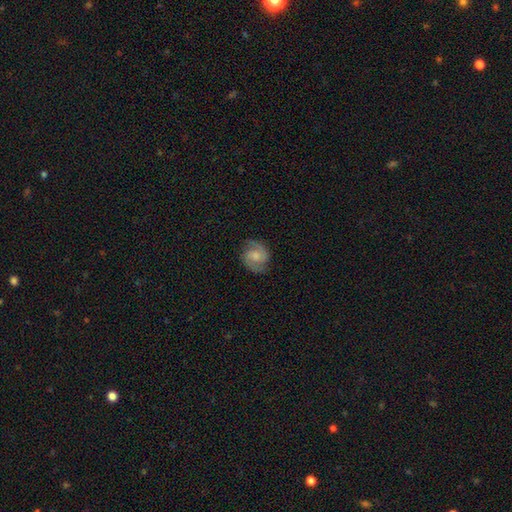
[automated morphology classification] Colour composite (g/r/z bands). It shows a featured or disk galaxy (76%) with no bar (52%), 2 (90%) medium (52%) spiral arms (96%) and a moderate central bulge (54%). Merging: none (81%).